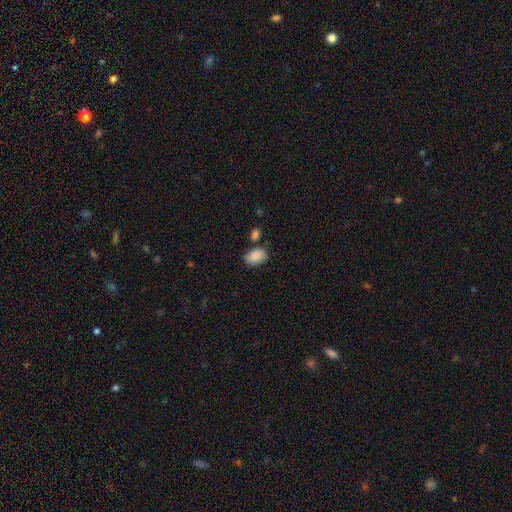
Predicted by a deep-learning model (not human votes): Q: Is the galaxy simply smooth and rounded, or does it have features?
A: smooth — 88%.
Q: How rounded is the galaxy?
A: in between — 89%.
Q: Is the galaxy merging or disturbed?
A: none — 73%.